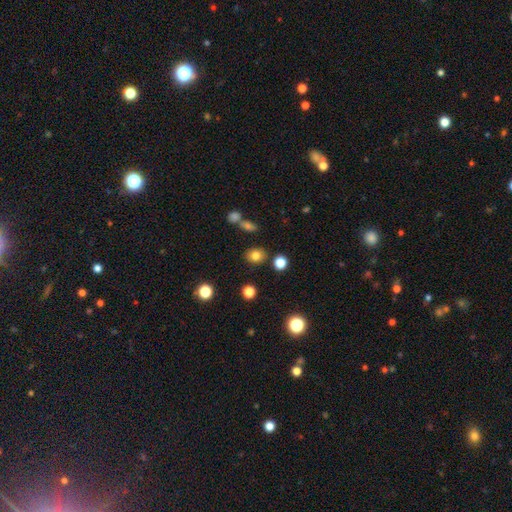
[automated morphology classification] smooth 79%, star or artifact 13%, featured or disk 8%. Down the decision tree: how rounded — round (64%); merging — none (83%).